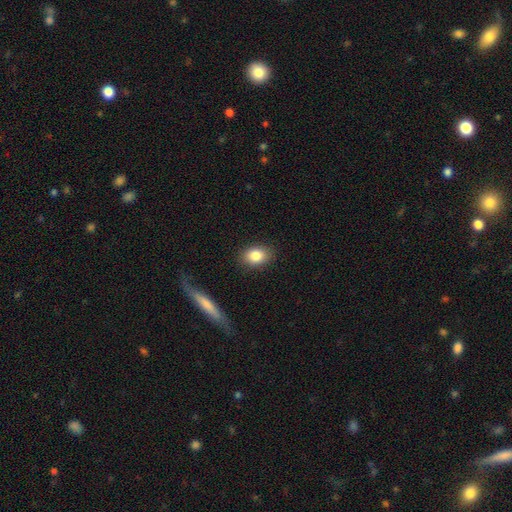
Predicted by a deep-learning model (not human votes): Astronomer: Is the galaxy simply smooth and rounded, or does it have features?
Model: smooth — 84%.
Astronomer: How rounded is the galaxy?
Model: in between — 71%.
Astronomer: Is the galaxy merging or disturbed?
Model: none — 87%.